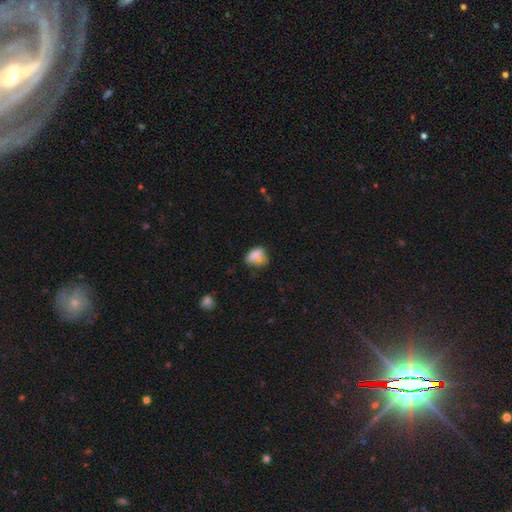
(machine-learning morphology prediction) smooth_or_featured: smooth (p=0.67) [alt: featured or disk p=0.22]
how_rounded: in between (p=0.71) [alt: round p=0.25]
merging: none (p=0.37) [alt: merger p=0.26]